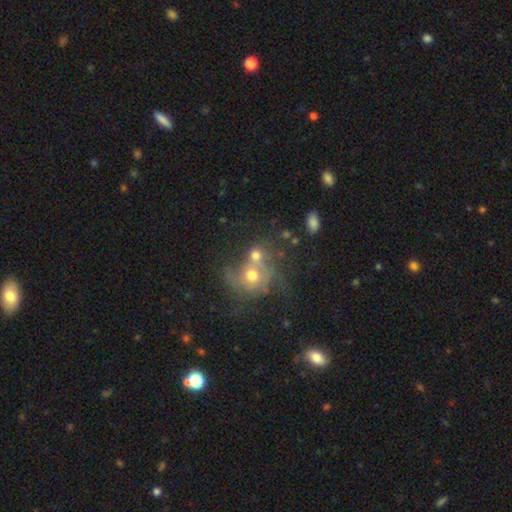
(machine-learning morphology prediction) Smooth or featured?
  - smooth: 52% *
  - featured or disk: 33%
  - star or artifact: 15%
How rounded?
  - round: 71% *
  - in between: 28%
  - cigar-shaped: 1%
Merging?
  - merger: 64% *
  - none: 19%
  - major disturbance: 9%
  - minor disturbance: 7%